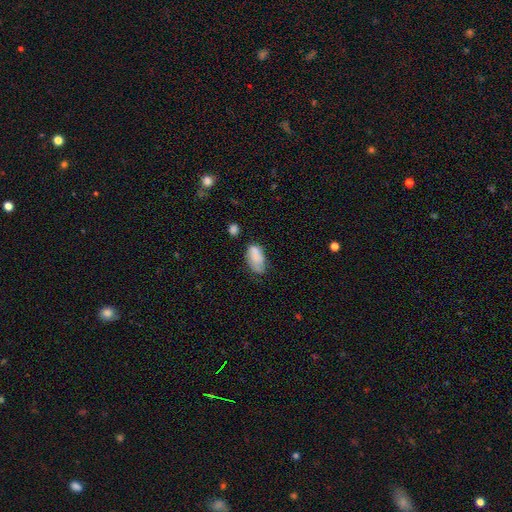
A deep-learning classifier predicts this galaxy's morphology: smooth 77%, featured or disk 15%, star or artifact 8%. Down the decision tree: how rounded — in between (93%); merging — none (48%).